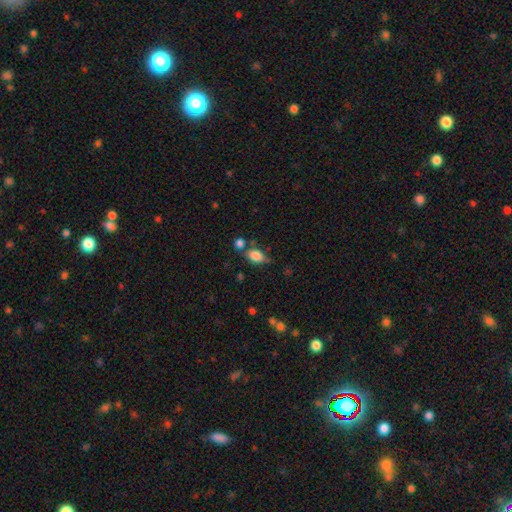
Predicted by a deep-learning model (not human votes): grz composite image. It shows a smooth galaxy with no disk features (81%) that is in between round and cigar-shaped (81%). Merging: none (55%).